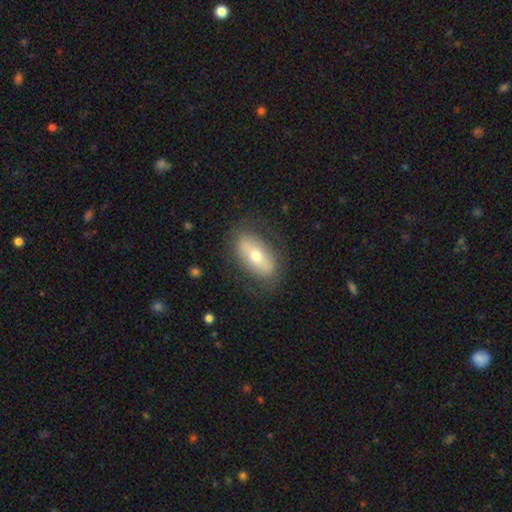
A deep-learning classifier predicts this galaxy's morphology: This is possibly a smooth galaxy (49%). Merging: clearly none (80%).